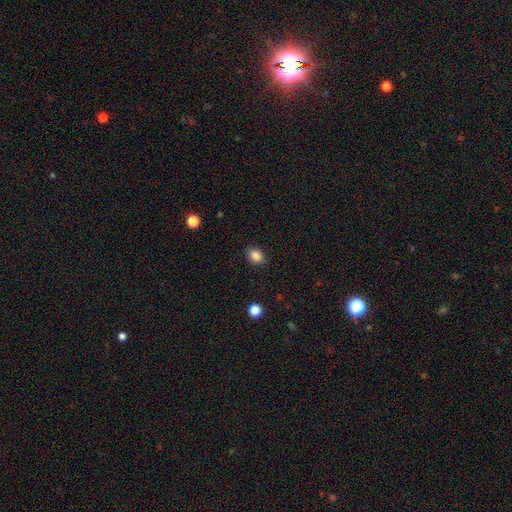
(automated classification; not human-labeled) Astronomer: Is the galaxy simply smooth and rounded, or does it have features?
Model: smooth — 86%.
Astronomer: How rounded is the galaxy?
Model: in between — 59% (runner-up: round, 40%).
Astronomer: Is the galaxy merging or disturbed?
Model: none — 88%.